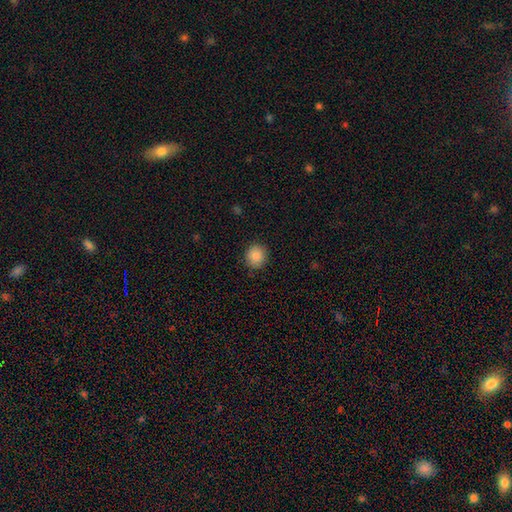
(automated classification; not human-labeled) smooth 88%, star or artifact 8%, featured or disk 3%. Down the decision tree: how rounded — round (89%); merging — none (90%).